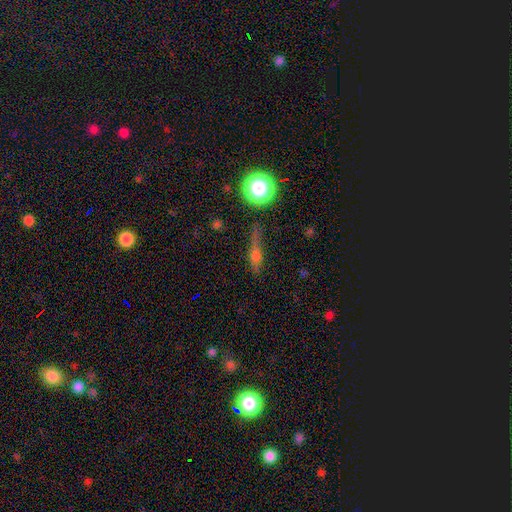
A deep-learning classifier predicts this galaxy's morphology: smooth-or-featured: smooth: 39% (tied) | featured or disk: 39% (tied) | star or artifact: 23%
  merging: none: 68% | minor disturbance: 17% | major disturbance: 10% | merger: 5%